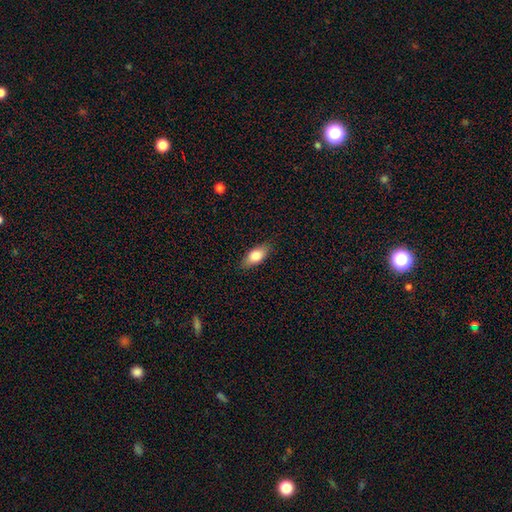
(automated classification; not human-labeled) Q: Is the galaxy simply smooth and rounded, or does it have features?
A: smooth — 78%.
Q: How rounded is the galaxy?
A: in between — 85%.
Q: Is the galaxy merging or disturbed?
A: none — 86%.